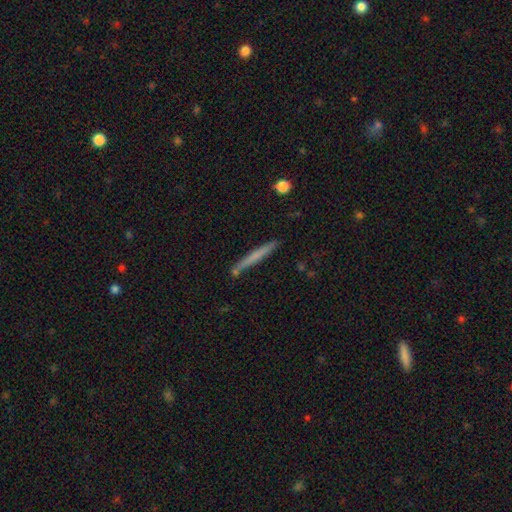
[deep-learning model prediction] Morphology: type=smooth (59%); roundness=cigar-shaped (96%); merging=none (81%).